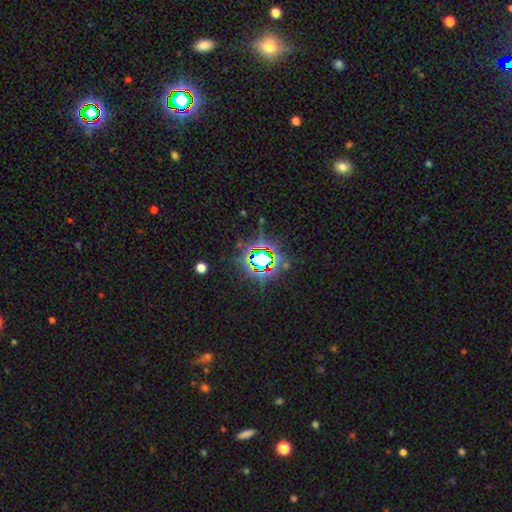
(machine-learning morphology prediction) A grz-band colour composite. It shows a star or artifact, not a galaxy (76%).